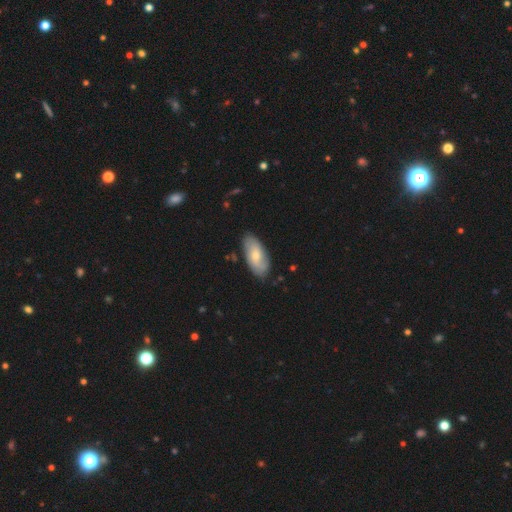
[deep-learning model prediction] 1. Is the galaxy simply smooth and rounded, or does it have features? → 50% smooth, 45% featured or disk, 6% star or artifact.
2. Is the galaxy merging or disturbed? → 81% none, 15% minor disturbance, 3% major disturbance, 2% merger.